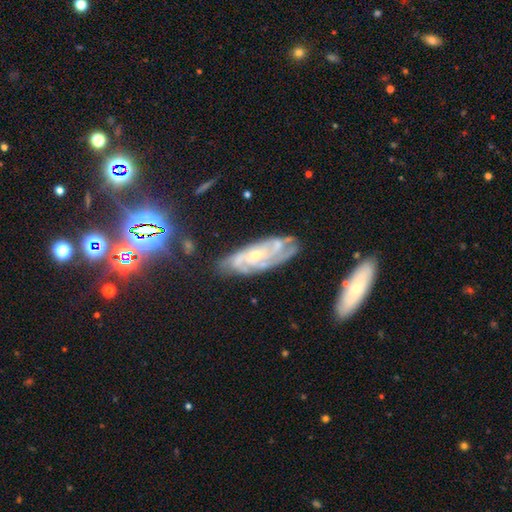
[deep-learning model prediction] Smooth or featured? Predicted: featured or disk (p=0.82). Edge-on disk? Predicted: no (p=0.89). Bar? Predicted: no (p=0.67). Spiral arms? Predicted: yes (p=0.95). Spiral winding? Predicted: tight (p=0.65). Spiral arm count? Predicted: can't tell (p=0.33). Bulge size? Predicted: small (p=0.64). Merging? Predicted: none (p=0.70).